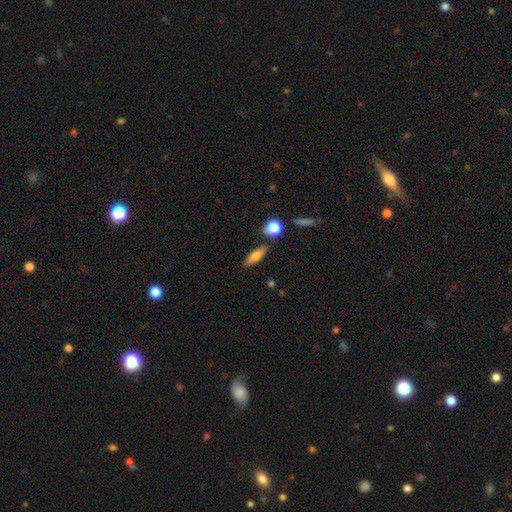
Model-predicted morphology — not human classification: A smooth galaxy with no disk features (65%) that is in between round and cigar-shaped (50%). Merging: none (81%).